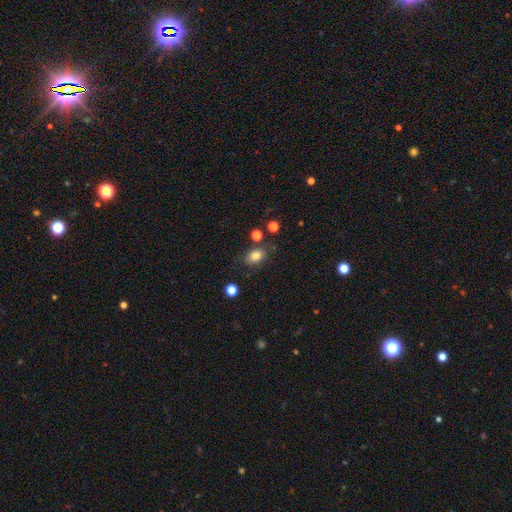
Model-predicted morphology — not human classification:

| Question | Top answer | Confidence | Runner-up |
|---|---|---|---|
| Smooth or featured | smooth | 81% | star or artifact (11%) |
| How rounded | in between | 72% | round (26%) |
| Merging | none | 75% | minor disturbance (15%) |